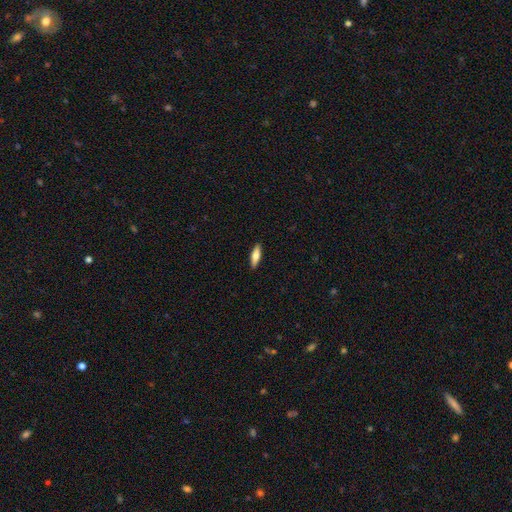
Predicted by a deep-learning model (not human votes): This is likely a smooth galaxy (67%). How rounded: possibly cigar-shaped (53%). Merging: clearly none (90%).